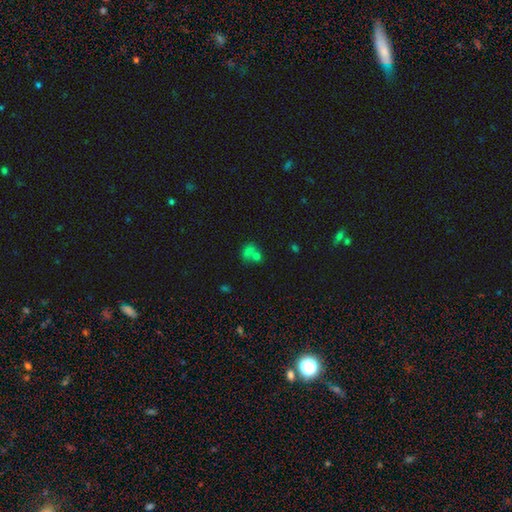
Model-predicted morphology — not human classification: Q: Smooth or featured?
A: smooth (66%); runner-up: star or artifact (21%)
Q: How rounded?
A: round (51%); runner-up: in between (47%)
Q: Merging?
A: merger (58%); runner-up: none (29%)